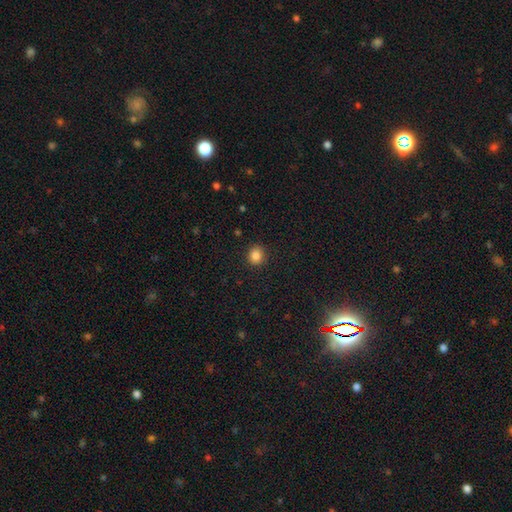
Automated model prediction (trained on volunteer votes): Morphology: type=smooth (85%); roundness=round (82%); merging=none (90%).